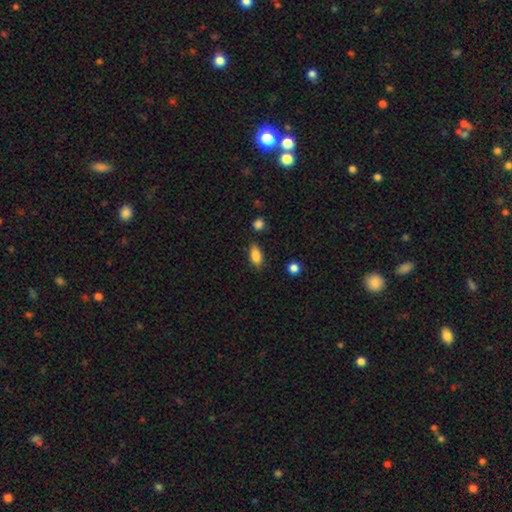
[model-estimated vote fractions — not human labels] This appears to be a smooth galaxy with no disk features (85%) that is in between round and cigar-shaped (86%). Merging: none (81%).